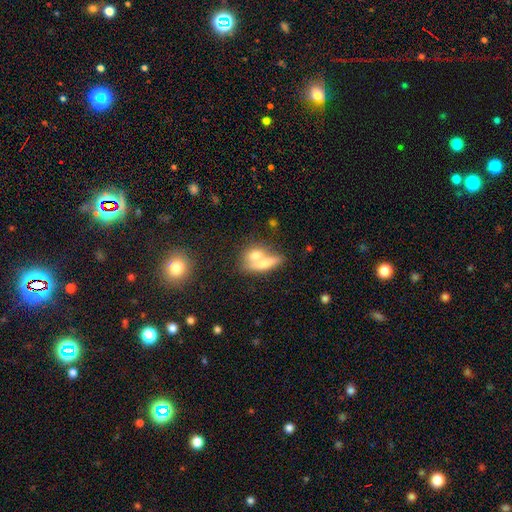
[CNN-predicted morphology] Smooth or featured? Predicted: smooth (p=0.70). How rounded? Predicted: in between (p=0.60). Merging? Predicted: merger (p=0.60).